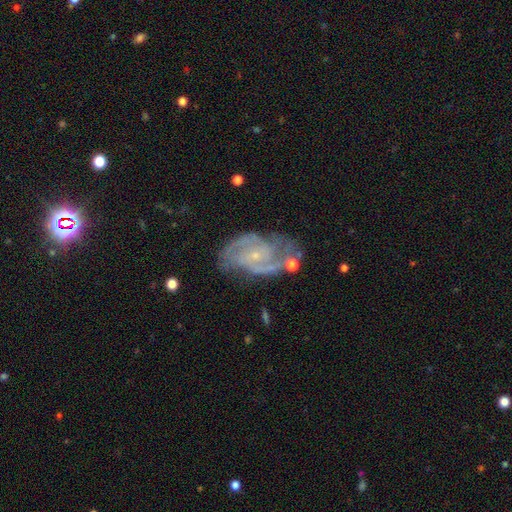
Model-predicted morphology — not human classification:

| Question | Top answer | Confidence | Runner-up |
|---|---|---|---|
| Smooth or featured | featured or disk | 85% | smooth (8%) |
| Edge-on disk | no | 97% | yes (3%) |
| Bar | no | 48% | weak (40%) |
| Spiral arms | yes | 95% | no (5%) |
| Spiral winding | medium | 50% | tight (35%) |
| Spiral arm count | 2 | 66% | 3 (12%) |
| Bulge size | small | 79% | moderate (14%) |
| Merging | none | 60% | minor disturbance (22%) |